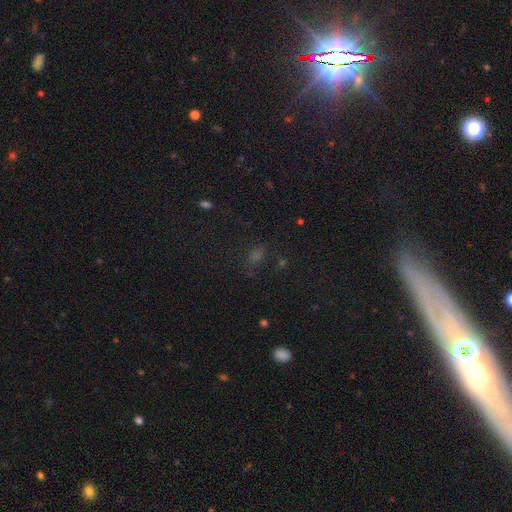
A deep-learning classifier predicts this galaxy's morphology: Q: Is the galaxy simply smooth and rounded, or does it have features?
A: smooth — 48%.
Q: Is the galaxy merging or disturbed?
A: none — 68%.